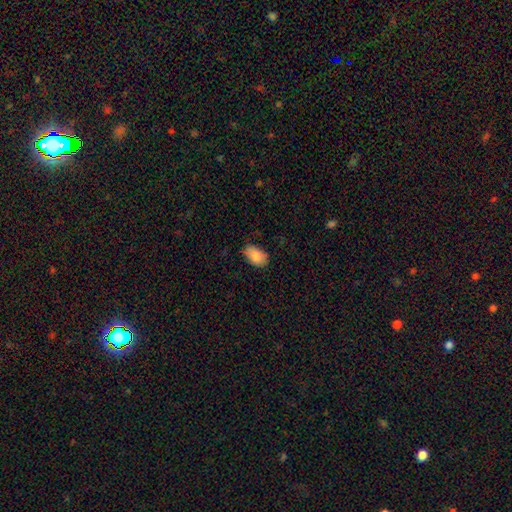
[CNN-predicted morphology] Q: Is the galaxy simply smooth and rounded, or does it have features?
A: smooth — 86%.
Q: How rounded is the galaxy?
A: in between — 89%.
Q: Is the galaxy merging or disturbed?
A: none — 76%.